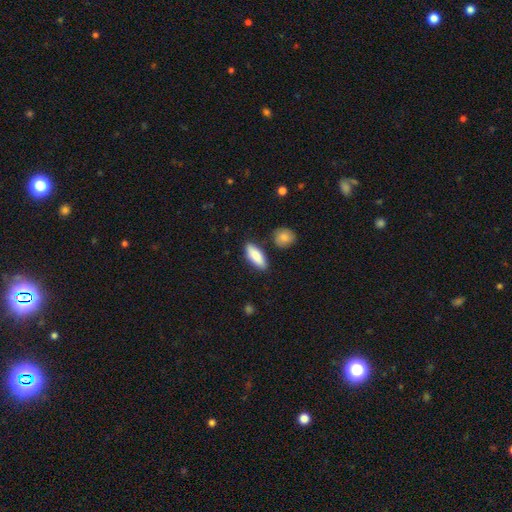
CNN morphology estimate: Smooth or featured? Predicted: smooth (p=0.85). How rounded? Predicted: in between (p=0.72). Merging? Predicted: none (p=0.82).